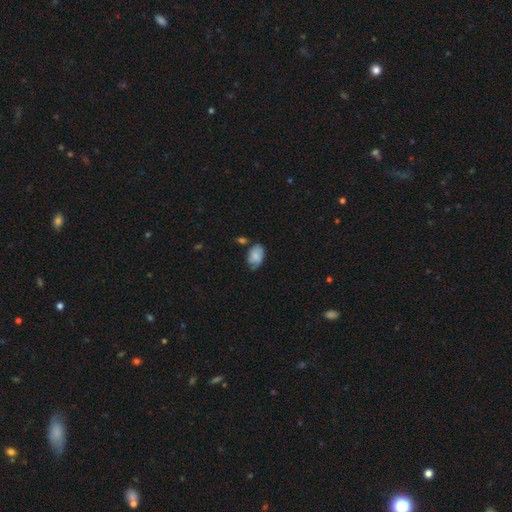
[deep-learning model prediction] Morphology: type=smooth (65%); roundness=in between (88%); merging=none (47%).